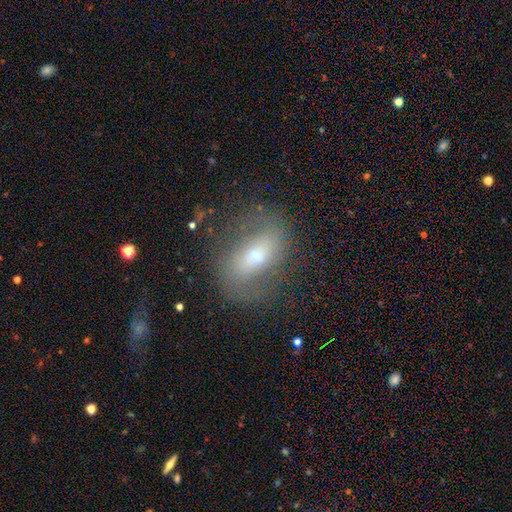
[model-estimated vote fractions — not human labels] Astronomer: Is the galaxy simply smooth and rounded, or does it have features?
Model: featured or disk — 60%.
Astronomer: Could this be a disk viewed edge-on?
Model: no — 91%.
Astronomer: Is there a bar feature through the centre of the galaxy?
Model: weak — 35% (runner-up: no, 34%).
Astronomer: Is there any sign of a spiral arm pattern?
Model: yes — 64%.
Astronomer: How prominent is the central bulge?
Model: small — 54% (runner-up: moderate, 39%).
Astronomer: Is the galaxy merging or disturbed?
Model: none — 69%.